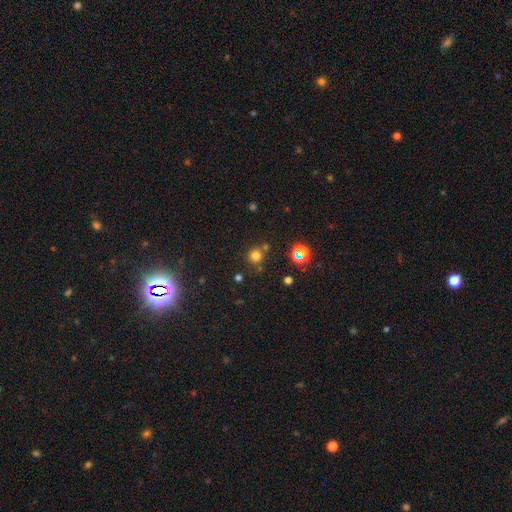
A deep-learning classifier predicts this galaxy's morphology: This appears to be a smooth galaxy with no disk features (73%) that is round (93%). Merging: none (78%).